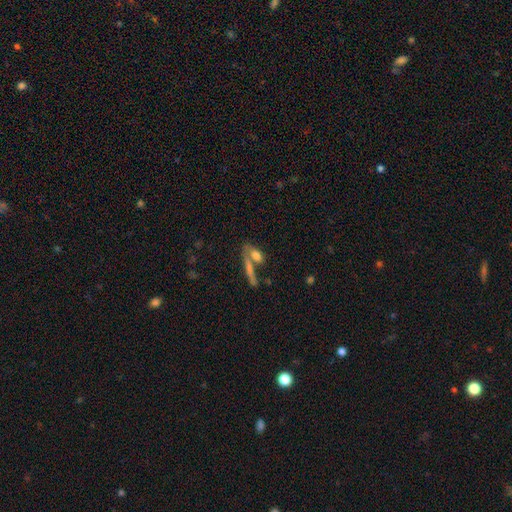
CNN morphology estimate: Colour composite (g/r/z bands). It shows a smooth galaxy with no disk features (70%) that is in between round and cigar-shaped (57%). Merging: none (44%).